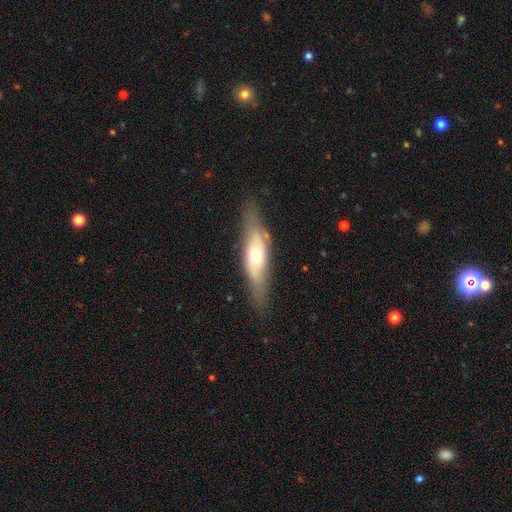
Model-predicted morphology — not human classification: A featured or disk galaxy (51%) viewed edge-on (58%).

Vote fractions:
- Smooth or featured? featured or disk: 51% / smooth: 43% / star or artifact: 6%
- Edge-on disk? yes: 58% / no: 42%
- Merging? none: 75% / minor disturbance: 17% / major disturbance: 5% / merger: 2%